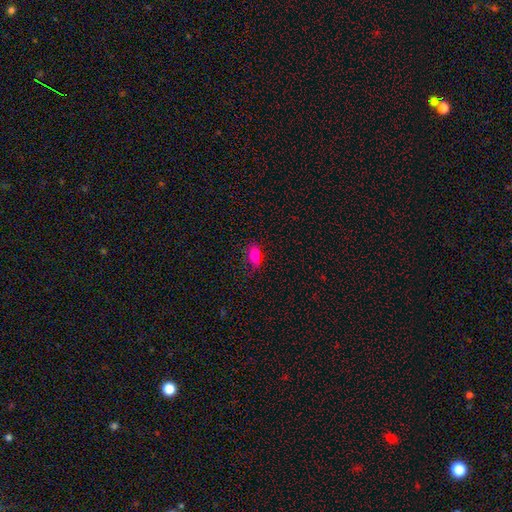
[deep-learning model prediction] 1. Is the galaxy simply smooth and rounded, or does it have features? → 82% smooth, 10% star or artifact, 8% featured or disk.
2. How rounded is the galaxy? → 83% in between, 14% round, 4% cigar-shaped.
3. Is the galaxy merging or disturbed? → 66% none, 25% minor disturbance, 7% major disturbance, 2% merger.